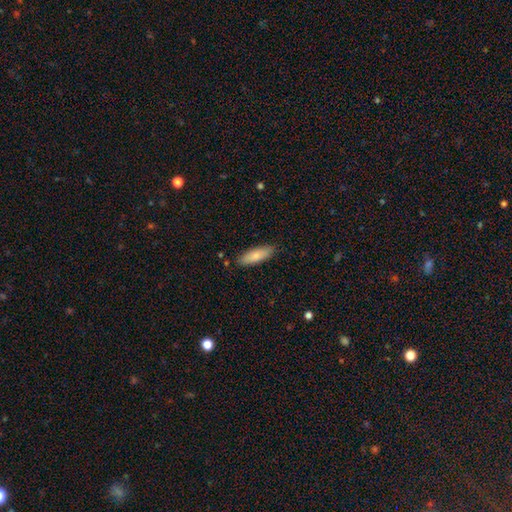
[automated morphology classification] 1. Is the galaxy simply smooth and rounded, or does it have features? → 79% smooth, 15% featured or disk, 6% star or artifact.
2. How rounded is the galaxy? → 53% in between, 45% cigar-shaped, 2% round.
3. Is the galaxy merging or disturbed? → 86% none, 10% minor disturbance, 2% major disturbance, 1% merger.